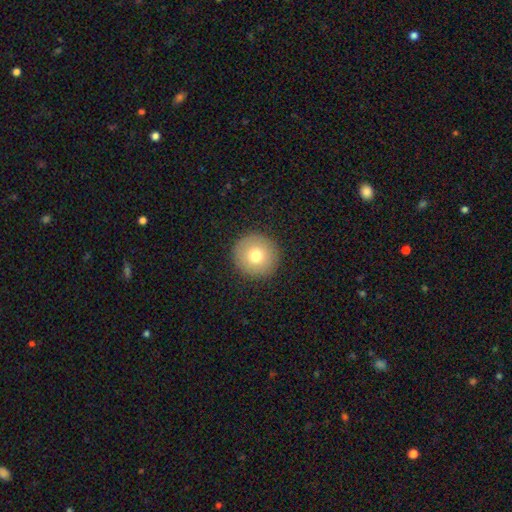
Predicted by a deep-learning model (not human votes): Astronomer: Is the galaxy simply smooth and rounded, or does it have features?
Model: smooth — 74%.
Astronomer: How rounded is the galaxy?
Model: round — 96%.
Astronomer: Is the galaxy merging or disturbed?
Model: none — 92%.